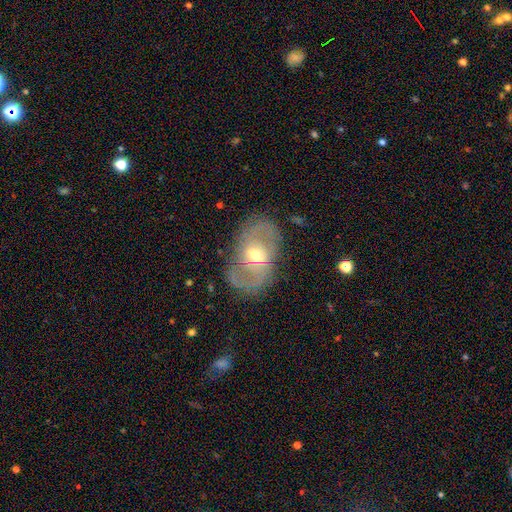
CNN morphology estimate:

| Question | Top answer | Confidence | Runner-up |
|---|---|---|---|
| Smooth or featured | featured or disk | 74% | smooth (19%) |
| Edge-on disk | no | 94% | yes (6%) |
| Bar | weak | 47% | no (35%) |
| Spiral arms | yes | 74% | no (26%) |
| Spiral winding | medium | 44% | tight (31%) |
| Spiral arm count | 2 | 70% | can't tell (19%) |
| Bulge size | moderate | 62% | small (31%) |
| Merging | none | 73% | minor disturbance (17%) |